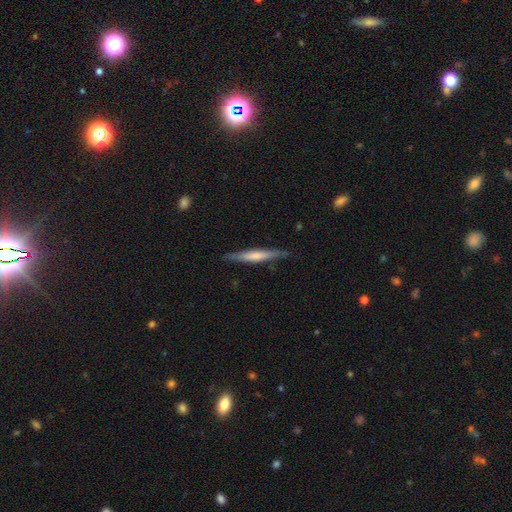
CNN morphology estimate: smooth_or_featured: smooth (p=0.50) [alt: featured or disk p=0.45]
how_rounded: cigar-shaped (p=0.94) [alt: in between p=0.05]
merging: none (p=0.85) [alt: minor disturbance p=0.12]